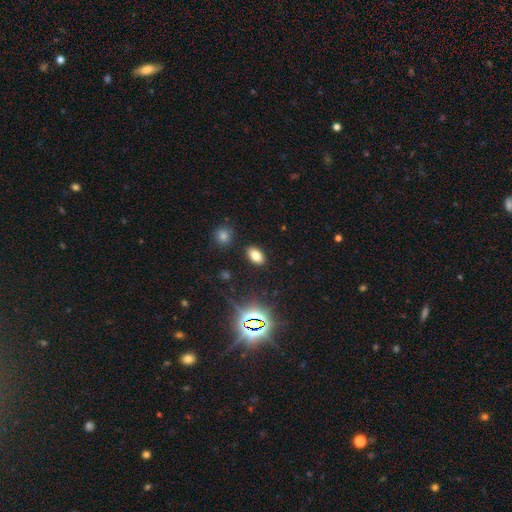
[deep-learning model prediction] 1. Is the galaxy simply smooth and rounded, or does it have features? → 74% smooth, 17% star or artifact, 9% featured or disk.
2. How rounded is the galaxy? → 90% in between, 8% round, 2% cigar-shaped.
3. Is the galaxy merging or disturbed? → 88% none, 8% minor disturbance, 2% major disturbance, 2% merger.